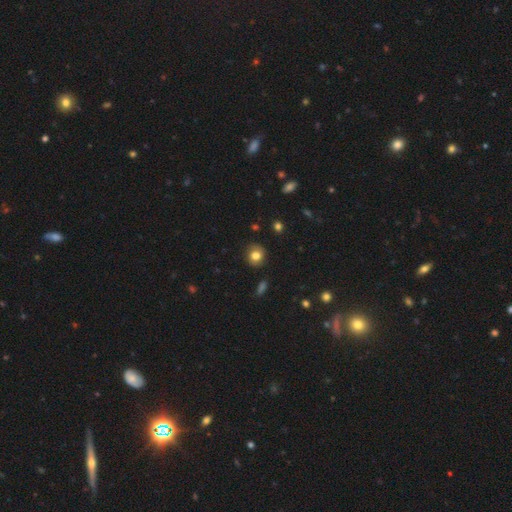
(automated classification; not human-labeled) Morphology: type=smooth (79%); roundness=round (81%); merging=none (84%).